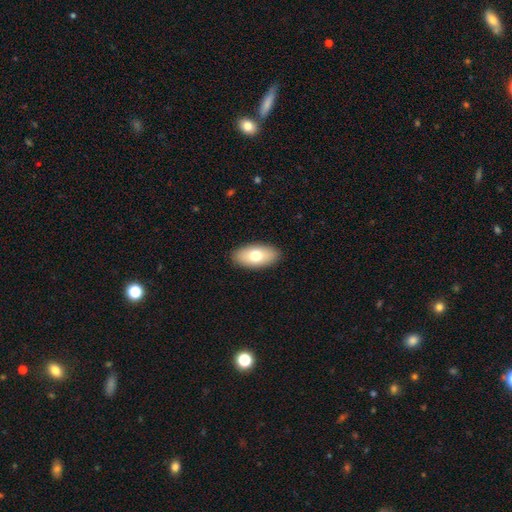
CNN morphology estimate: A smooth galaxy with no disk features (73%) that is in between round and cigar-shaped (93%). Merging: none (90%).